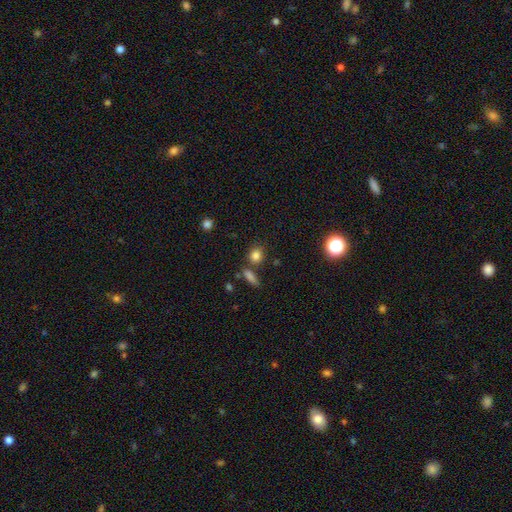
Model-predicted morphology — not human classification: Smooth or featured: smooth — 82% (star or artifact — 12%)
How rounded: round — 77% (in between — 21%)
Merging: none — 75% (merger — 12%)